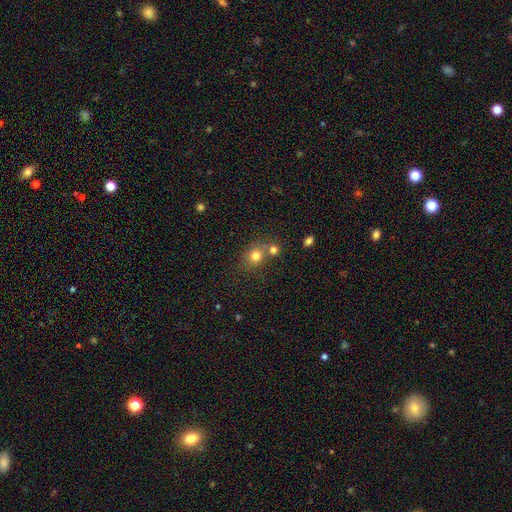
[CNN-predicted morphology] Smooth or featured? smooth (77%)
How rounded? round (74%)
Merging? none (54%)